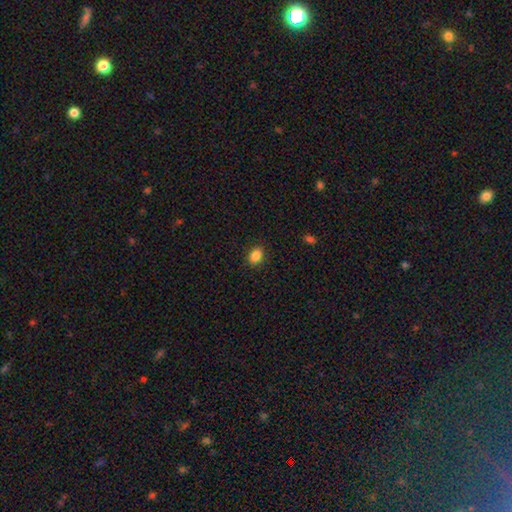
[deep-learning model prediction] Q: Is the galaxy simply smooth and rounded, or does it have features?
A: smooth — 86%.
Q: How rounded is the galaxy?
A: in between — 66%.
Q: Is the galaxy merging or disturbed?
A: none — 89%.